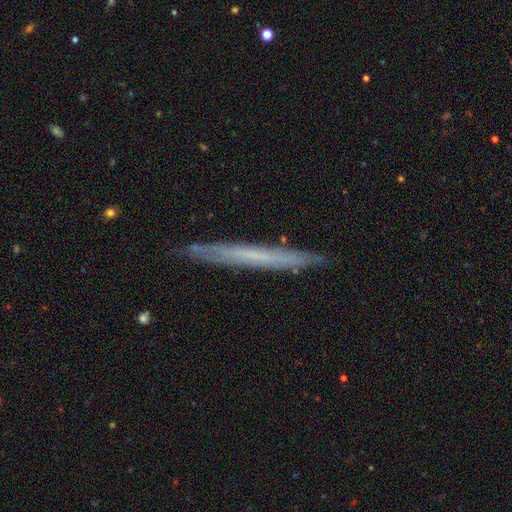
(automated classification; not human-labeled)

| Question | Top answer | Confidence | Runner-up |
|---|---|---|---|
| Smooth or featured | featured or disk | 50% | smooth (44%) |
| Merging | none | 88% | minor disturbance (9%) |